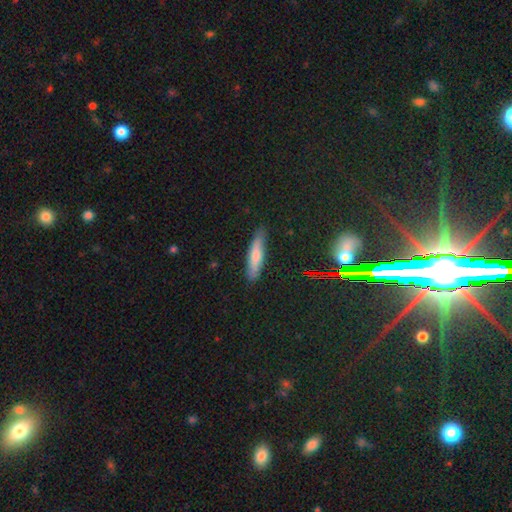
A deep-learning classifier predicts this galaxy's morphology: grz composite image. It shows a smooth galaxy with no disk features (67%) that is cigar-shaped (80%). Merging: none (85%).